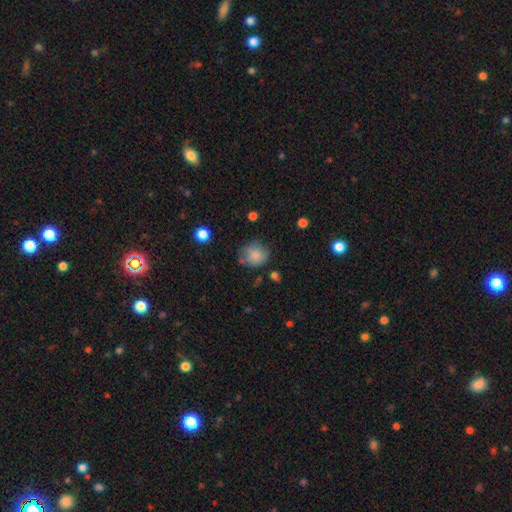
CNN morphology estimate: smooth_or_featured: smooth (p=0.81) [alt: featured or disk p=0.10]
how_rounded: round (p=0.83) [alt: in between p=0.16]
merging: none (p=0.66) [alt: minor disturbance p=0.22]